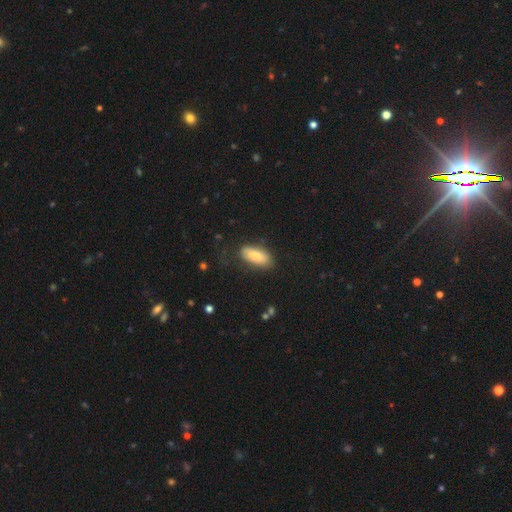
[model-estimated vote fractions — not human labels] This appears to be a smooth galaxy with no disk features (80%) that is in between round and cigar-shaped (85%). Merging: none (73%).